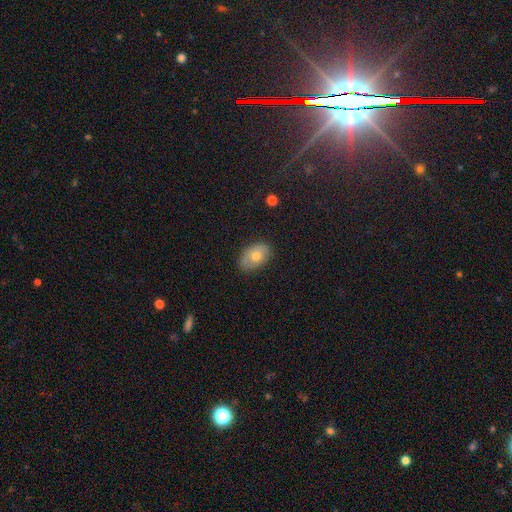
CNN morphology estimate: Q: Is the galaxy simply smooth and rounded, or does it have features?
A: smooth — 69%.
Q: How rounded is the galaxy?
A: in between — 88%.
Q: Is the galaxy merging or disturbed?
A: none — 83%.